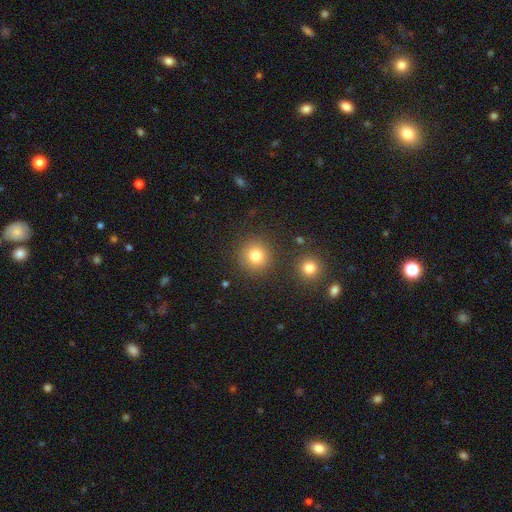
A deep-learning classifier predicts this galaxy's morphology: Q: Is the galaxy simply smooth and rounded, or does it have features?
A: smooth — 80%.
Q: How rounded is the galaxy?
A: round — 92%.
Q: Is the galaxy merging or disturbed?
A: none — 85%.